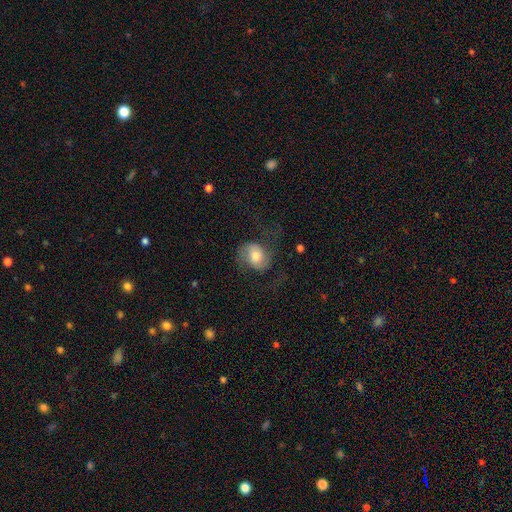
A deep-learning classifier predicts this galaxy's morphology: Smooth or featured? Predicted: featured or disk (p=0.55). Edge-on disk? Predicted: no (p=0.97). Bar? Predicted: no (p=0.53). Spiral arms? Predicted: yes (p=0.86). Bulge size? Predicted: moderate (p=0.63). Merging? Predicted: none (p=0.54).